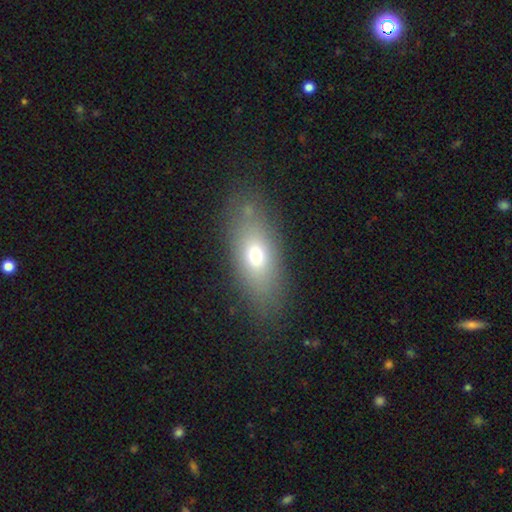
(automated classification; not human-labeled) The model was most divided on "smooth or featured": smooth: 67%, featured or disk: 22%, star or artifact: 11%. More confident: merging — none (80%); how rounded — in between (75%).